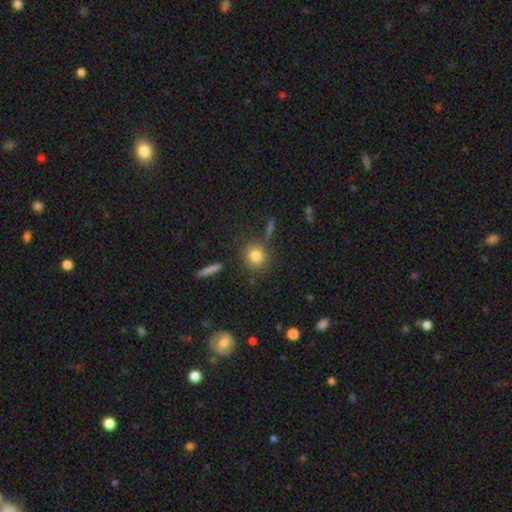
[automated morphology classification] Smooth or featured? Predicted: smooth (p=0.81). How rounded? Predicted: round (p=0.83). Merging? Predicted: none (p=0.82).